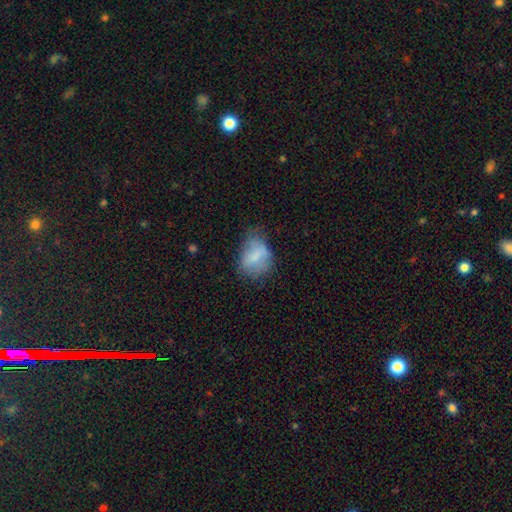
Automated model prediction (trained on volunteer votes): The model was most divided on "merging": none: 41%, minor disturbance: 36%, major disturbance: 21%, merger: 3%. More confident: smooth or featured — smooth (70%); how rounded — in between (67%).